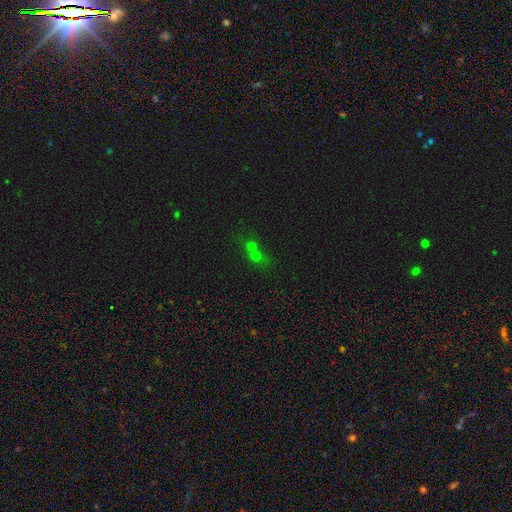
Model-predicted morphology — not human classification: type=smooth (55%); roundness=round (82%); merging=merger (59%).